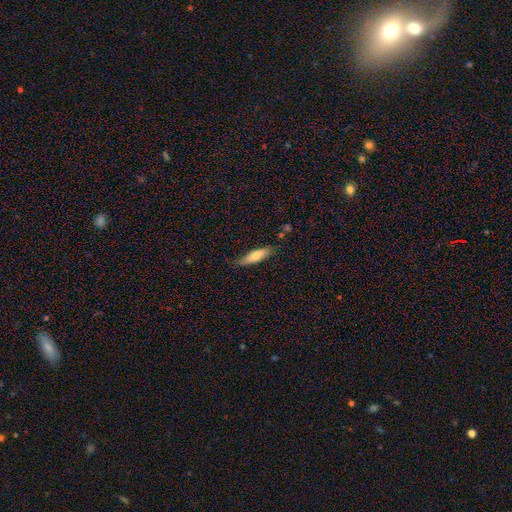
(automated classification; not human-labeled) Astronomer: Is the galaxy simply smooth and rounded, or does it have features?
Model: smooth — 72%.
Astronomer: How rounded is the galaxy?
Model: cigar-shaped — 64%.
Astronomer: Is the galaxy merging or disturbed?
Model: none — 76%.